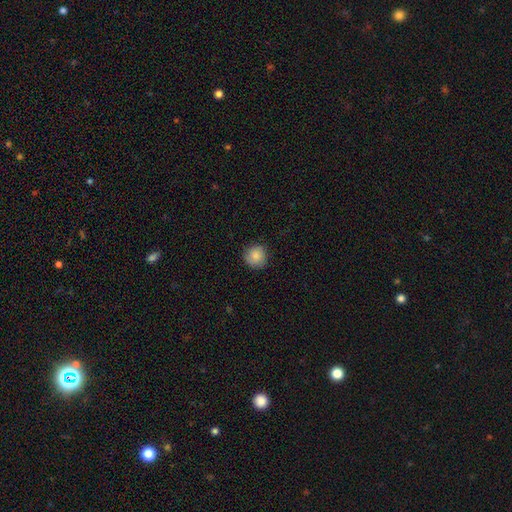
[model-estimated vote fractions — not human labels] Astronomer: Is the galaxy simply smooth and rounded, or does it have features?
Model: smooth — 85%.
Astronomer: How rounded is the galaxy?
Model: round — 92%.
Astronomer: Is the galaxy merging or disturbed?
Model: none — 84%.